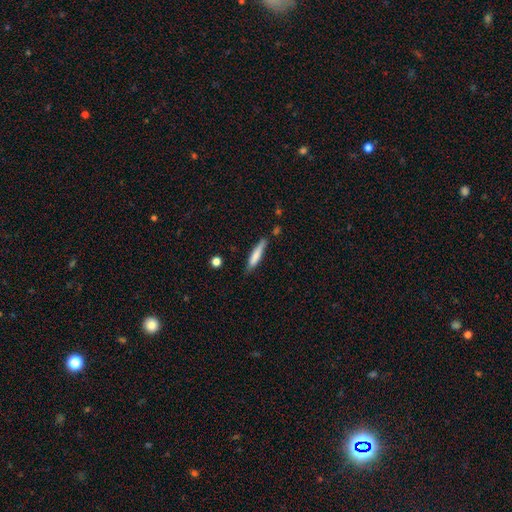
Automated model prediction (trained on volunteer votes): Overall: smooth (75%). How rounded: cigar-shaped (87%). Merging: none (74%).